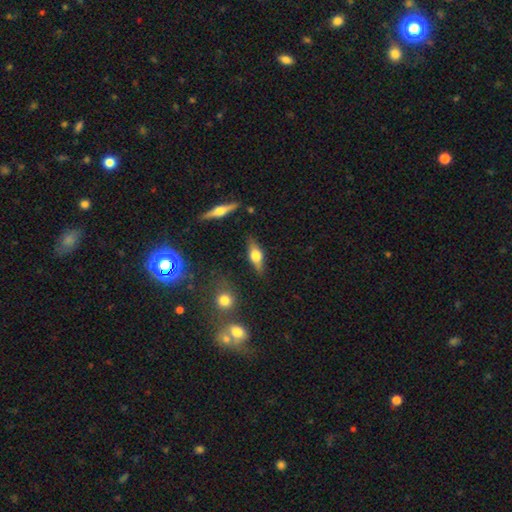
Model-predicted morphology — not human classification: Smooth or featured?
  - featured or disk: 52% *
  - smooth: 40%
  - star or artifact: 8%
Edge-on disk?
  - yes: 92% *
  - no: 8%
Merging?
  - none: 81% *
  - minor disturbance: 13%
  - major disturbance: 3%
  - merger: 3%